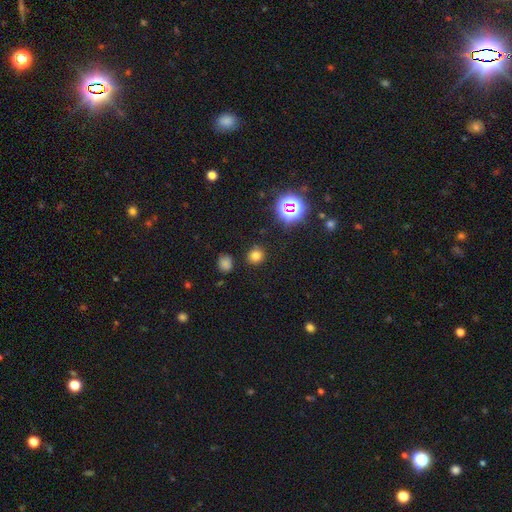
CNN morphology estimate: A smooth galaxy with no disk features (73%) that is round (88%). Merging: none (86%).